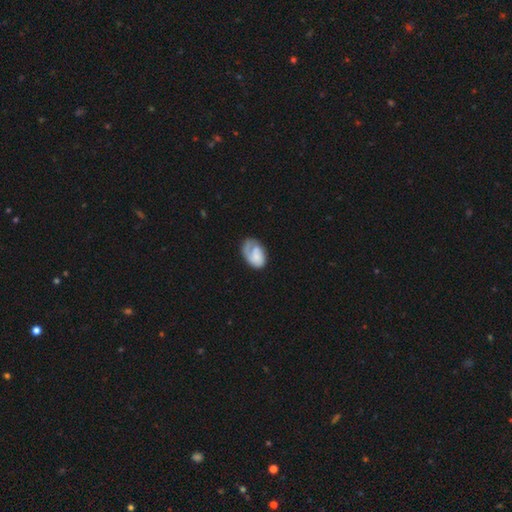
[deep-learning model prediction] Smooth or featured? Predicted: smooth (p=0.52). How rounded? Predicted: in between (p=0.87). Merging? Predicted: none (p=0.45).